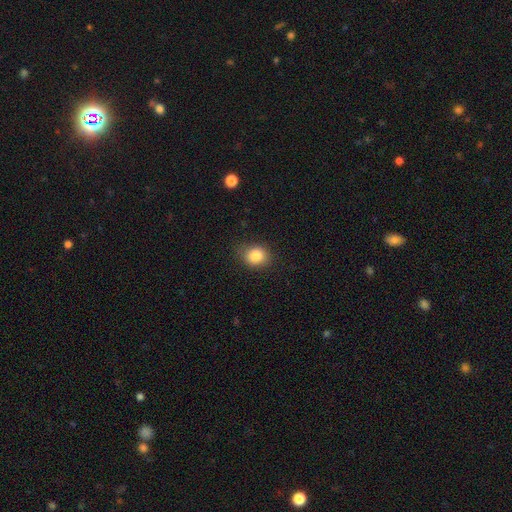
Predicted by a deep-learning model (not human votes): smooth 84%, star or artifact 10%, featured or disk 6%. Down the decision tree: how rounded — round (65%); merging — none (82%).